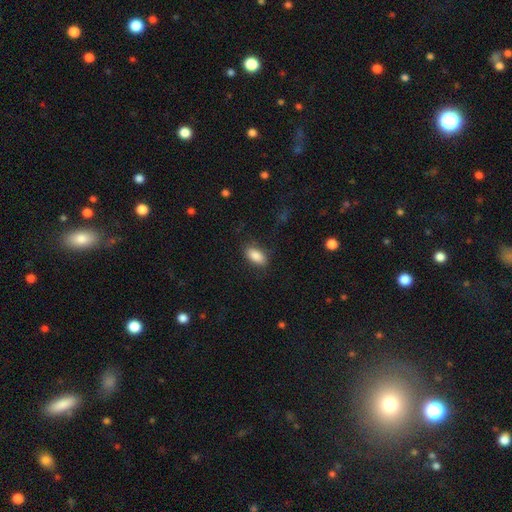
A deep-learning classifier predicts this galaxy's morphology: smooth 88%, star or artifact 7%, featured or disk 6%. Down the decision tree: how rounded — in between (92%); merging — none (84%).